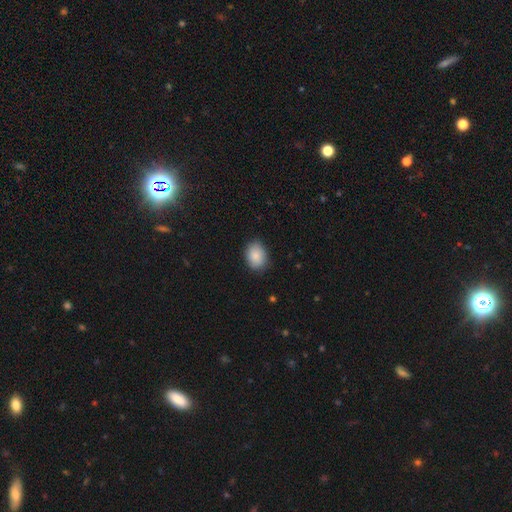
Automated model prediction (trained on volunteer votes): Q: Smooth or featured?
A: smooth (87%); runner-up: star or artifact (7%)
Q: How rounded?
A: in between (67%); runner-up: round (32%)
Q: Merging?
A: none (82%); runner-up: minor disturbance (15%)